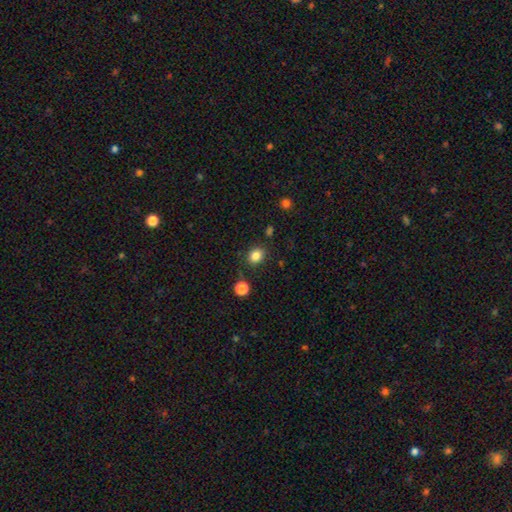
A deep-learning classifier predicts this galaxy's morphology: Overall: smooth (84%). How rounded: round (61%; in between 38%). Merging: none (82%).